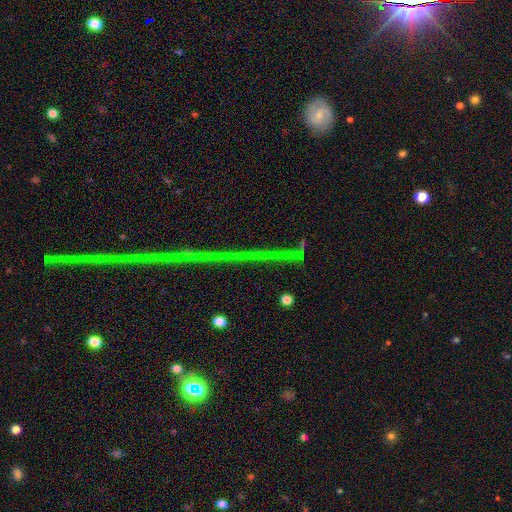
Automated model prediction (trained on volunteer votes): Smooth or featured?
  - star or artifact: 72% *
  - featured or disk: 15%
  - smooth: 13%